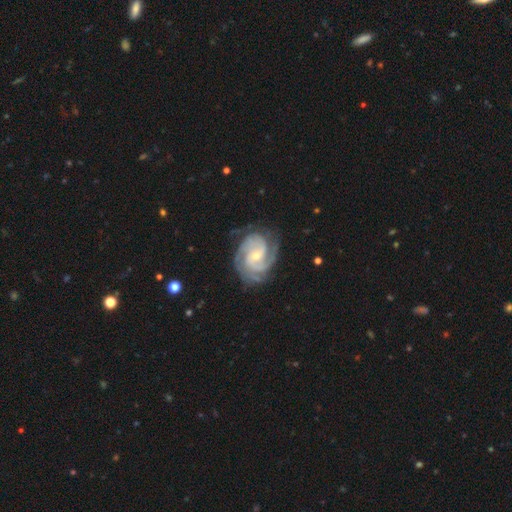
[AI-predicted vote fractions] Morphology: type=featured or disk (91%); edge-on=no (98%); bar=no (47%); spiral arms=yes (98%); winding=tight (61%); arm count=3 (37%); bulge=small (61%); merging=none (74%).